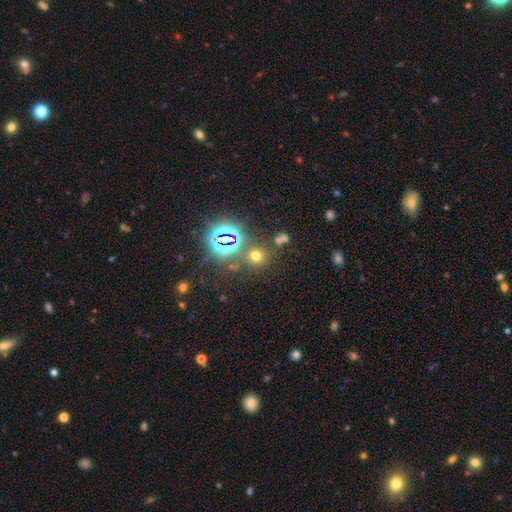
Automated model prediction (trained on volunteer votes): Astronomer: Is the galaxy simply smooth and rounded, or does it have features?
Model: smooth — 56% (runner-up: star or artifact, 36%).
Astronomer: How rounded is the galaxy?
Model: round — 88%.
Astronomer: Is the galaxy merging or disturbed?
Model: none — 78%.